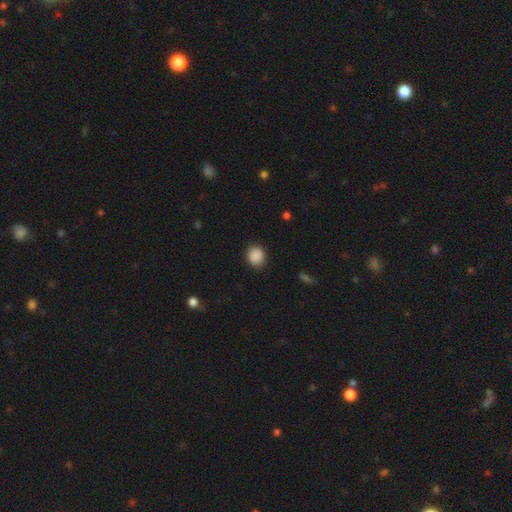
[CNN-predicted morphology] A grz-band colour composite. It shows a smooth galaxy with no disk features (89%) that is round (76%). Merging: none (88%).